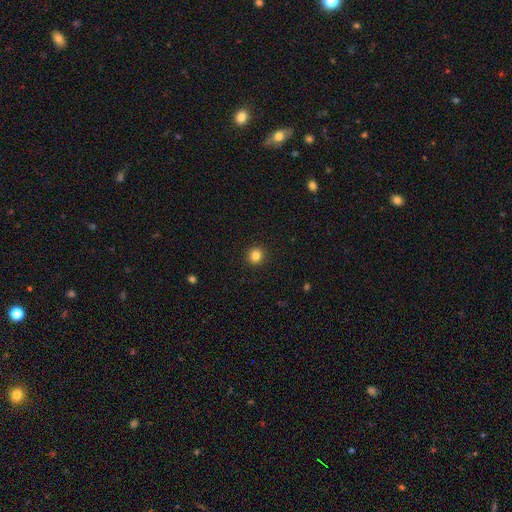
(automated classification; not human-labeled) Morphology: type=smooth (83%); roundness=round (92%); merging=none (93%).